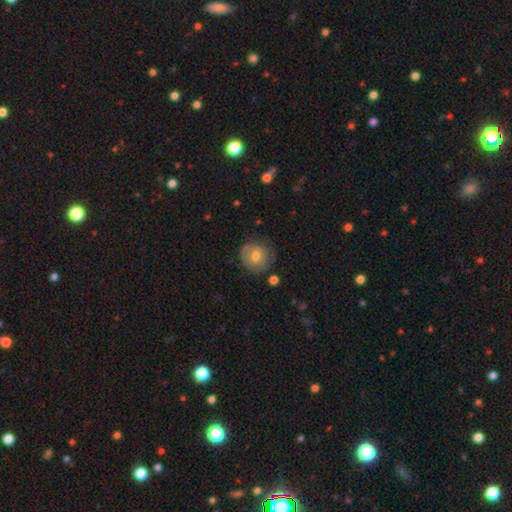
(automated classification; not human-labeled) Morphology: type=smooth (63%); roundness=round (85%); merging=none (73%).